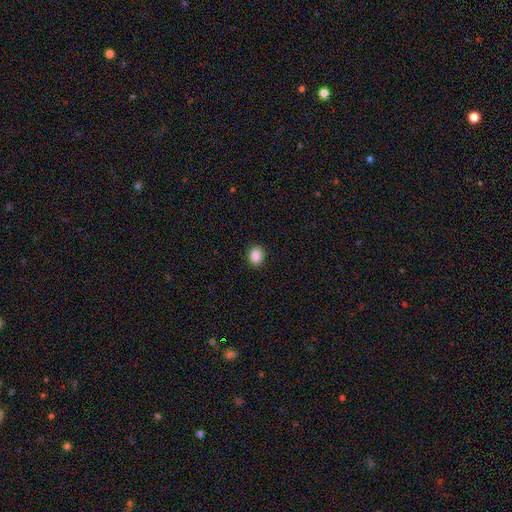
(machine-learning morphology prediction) Smooth or featured? Predicted: smooth (p=0.88). How rounded? Predicted: in between (p=0.53). Merging? Predicted: none (p=0.90).